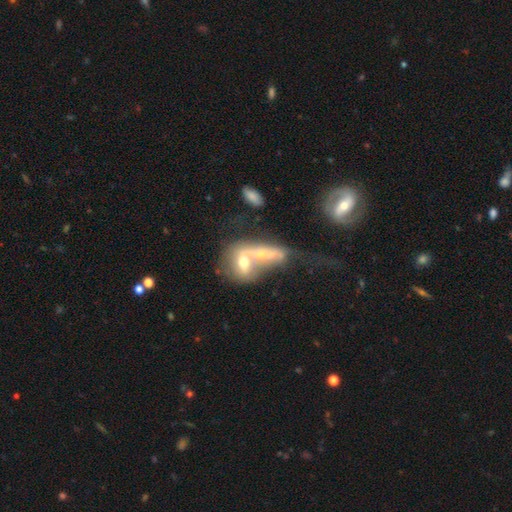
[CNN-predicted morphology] The model was most divided on "smooth or featured": featured or disk: 58%, smooth: 32%, star or artifact: 10%. More confident: edge-on disk — no (82%); merging — merger (67%).